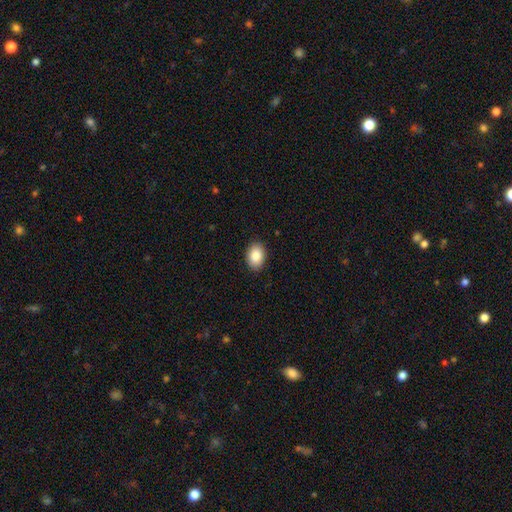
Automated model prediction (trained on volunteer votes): Smooth or featured?
  - smooth: 87% *
  - star or artifact: 7%
  - featured or disk: 5%
How rounded?
  - in between: 80% *
  - round: 19%
  - cigar-shaped: 1%
Merging?
  - none: 90% *
  - minor disturbance: 8%
  - major disturbance: 2%
  - merger: 1%